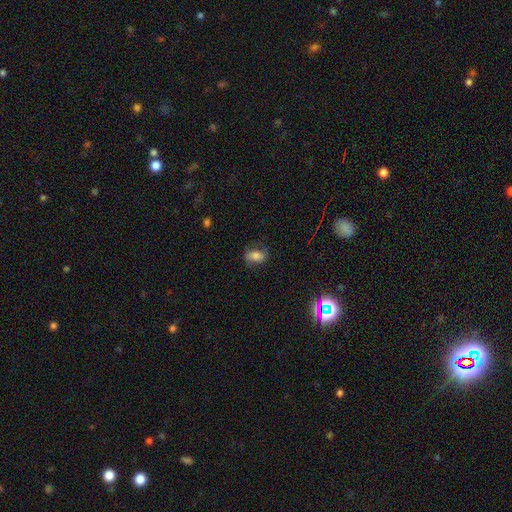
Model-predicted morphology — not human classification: Overall: smooth (66%). How rounded: in between (80%). Merging: none (69%).